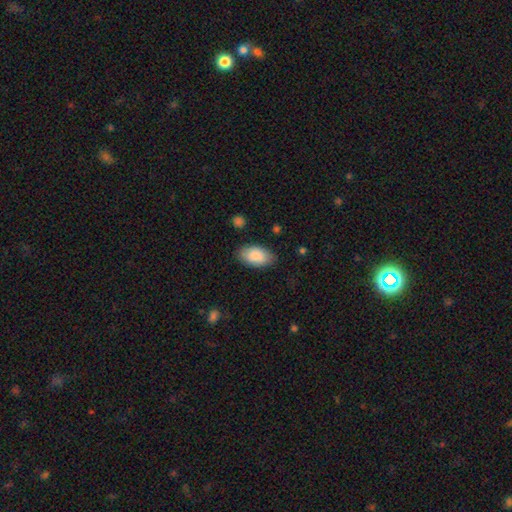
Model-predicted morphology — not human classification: Smooth or featured? Predicted: smooth (p=0.86). How rounded? Predicted: in between (p=0.94). Merging? Predicted: none (p=0.83).